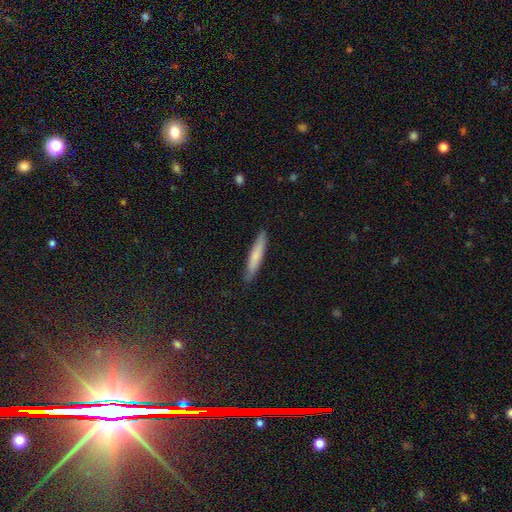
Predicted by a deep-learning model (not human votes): Overall: smooth (74%). How rounded: cigar-shaped (91%). Merging: none (88%).